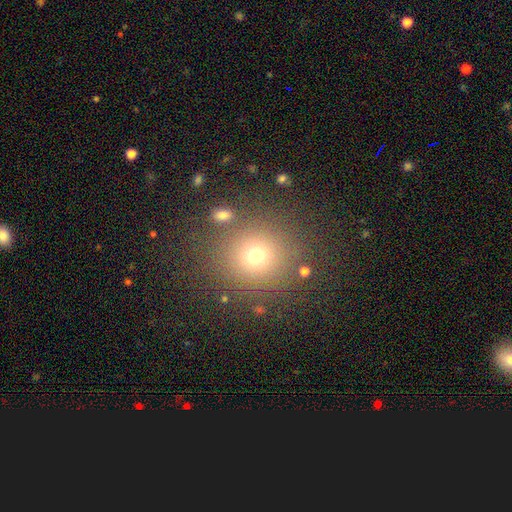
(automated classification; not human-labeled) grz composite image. It shows a smooth galaxy with no disk features (69%) that is round (87%). Merging: none (82%).